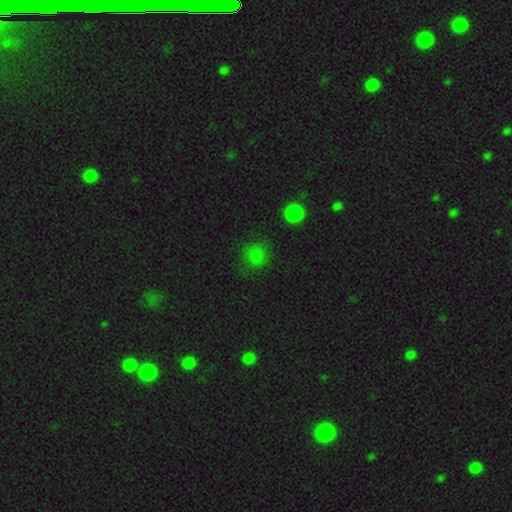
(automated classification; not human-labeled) This appears to be a smooth galaxy with no disk features (73%) that is round (86%). Merging: none (78%).